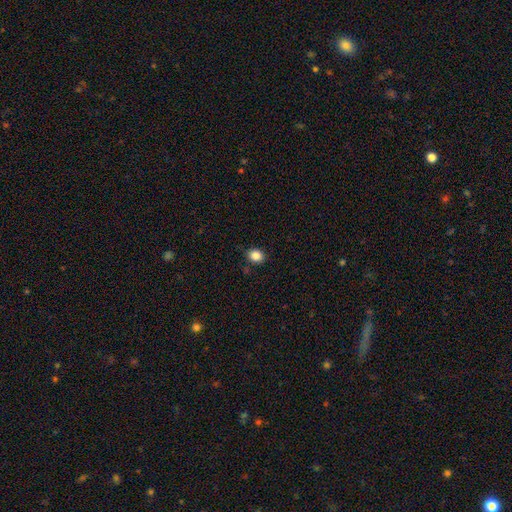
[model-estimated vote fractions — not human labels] Morphology: type=smooth (85%); roundness=round (59%); merging=none (86%).